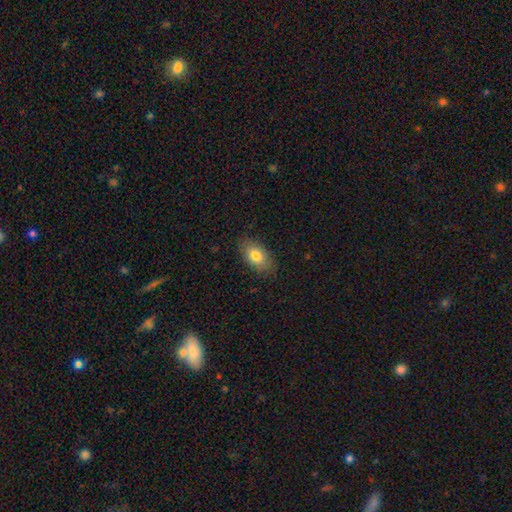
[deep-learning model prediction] smooth_or_featured: smooth (p=0.80) [alt: featured or disk p=0.13]
how_rounded: in between (p=0.90) [alt: round p=0.07]
merging: none (p=0.84) [alt: minor disturbance p=0.13]